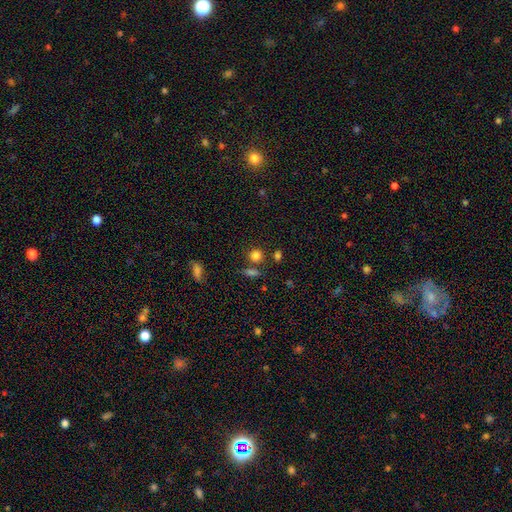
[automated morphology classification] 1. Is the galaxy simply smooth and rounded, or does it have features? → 81% smooth, 13% star or artifact, 6% featured or disk.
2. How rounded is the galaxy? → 83% round, 15% in between, 2% cigar-shaped.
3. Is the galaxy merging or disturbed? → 72% none, 14% merger, 10% minor disturbance, 4% major disturbance.